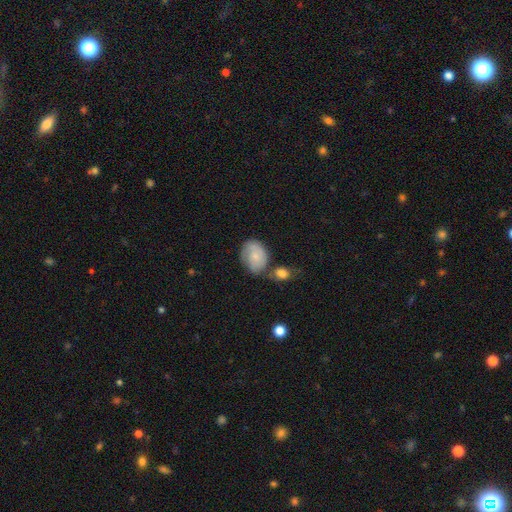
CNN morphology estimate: A smooth galaxy with no disk features (58%) that is in between round and cigar-shaped (67%).

Vote fractions:
- Smooth or featured? smooth: 58% / featured or disk: 35% / star or artifact: 7%
- How rounded? in between: 67% / round: 32% / cigar-shaped: 1%
- Merging? none: 46% / minor disturbance: 24% / merger: 19% / major disturbance: 10%